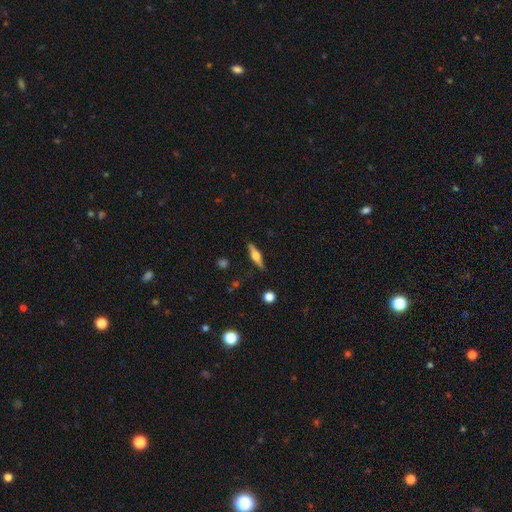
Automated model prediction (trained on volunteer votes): A featured or disk galaxy (60%) viewed edge-on (96%) with a rounded central bulge (89%).

Vote fractions:
- Smooth or featured? featured or disk: 60% / smooth: 33% / star or artifact: 7%
- Edge-on disk? yes: 96% / no: 4%
- Edge-on bulge? rounded: 89% / boxy: 9% / none: 3%
- Merging? none: 87% / minor disturbance: 9% / major disturbance: 2% / merger: 2%